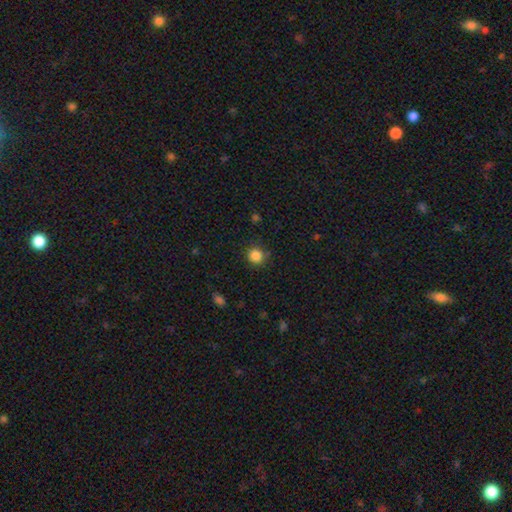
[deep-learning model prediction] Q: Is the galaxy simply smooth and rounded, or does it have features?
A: smooth — 85%.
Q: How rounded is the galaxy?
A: round — 92%.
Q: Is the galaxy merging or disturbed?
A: none — 86%.